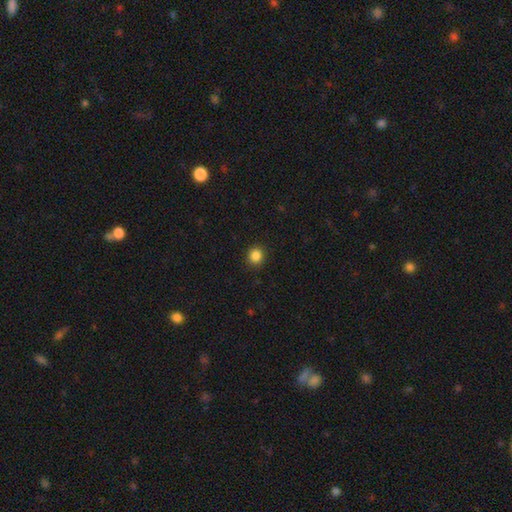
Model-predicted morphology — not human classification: Smooth or featured? Predicted: smooth (p=0.85). How rounded? Predicted: round (p=0.89). Merging? Predicted: none (p=0.92).